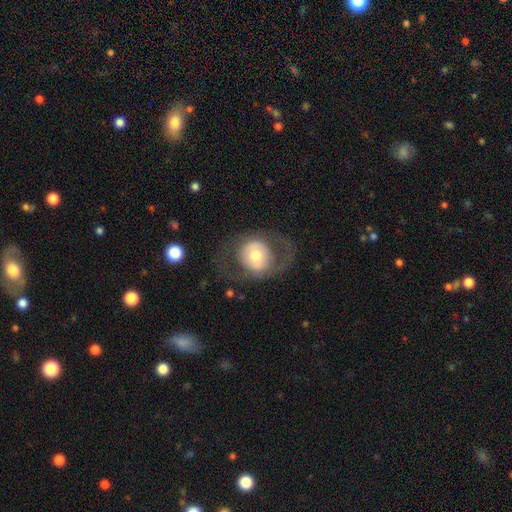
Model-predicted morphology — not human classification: This appears to be a featured or disk galaxy (49%). Merging: none (65%).